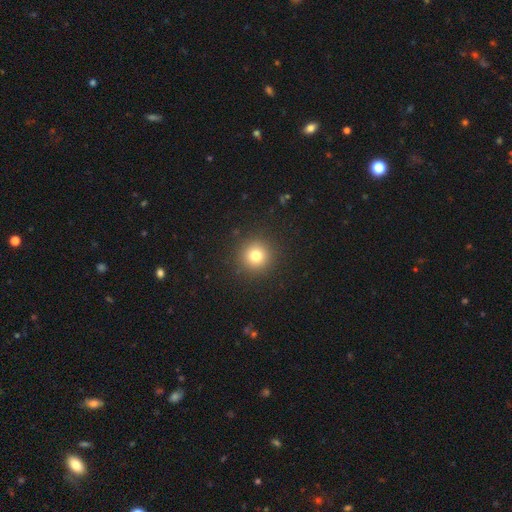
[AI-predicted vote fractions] Smooth or featured? Predicted: smooth (p=0.78). How rounded? Predicted: round (p=0.95). Merging? Predicted: none (p=0.92).